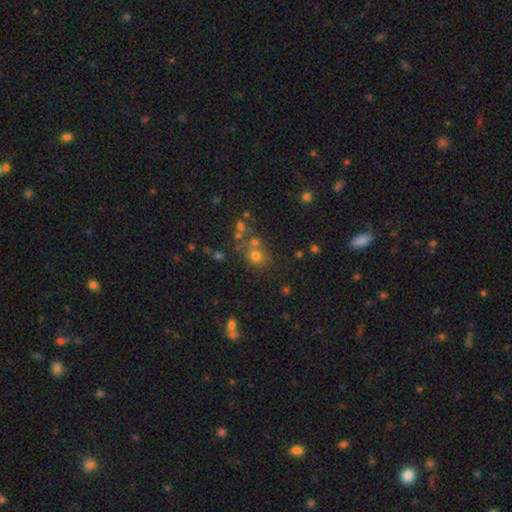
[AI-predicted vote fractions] Smooth or featured: smooth — 64% (star or artifact — 22%)
How rounded: round — 71% (in between — 28%)
Merging: none — 53% (merger — 27%)